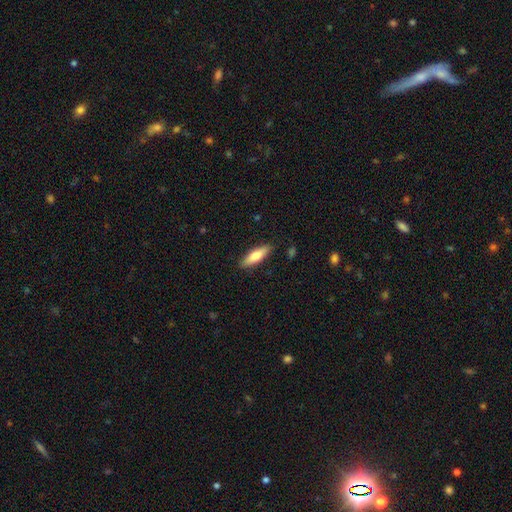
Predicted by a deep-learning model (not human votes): Smooth or featured? Predicted: smooth (p=0.73). How rounded? Predicted: cigar-shaped (p=0.55). Merging? Predicted: none (p=0.87).